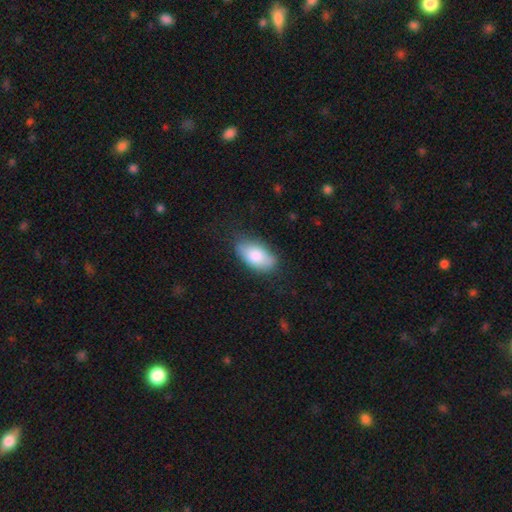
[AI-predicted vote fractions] This appears to be a smooth galaxy with no disk features (81%) that is in between round and cigar-shaped (92%). Merging: none (72%).